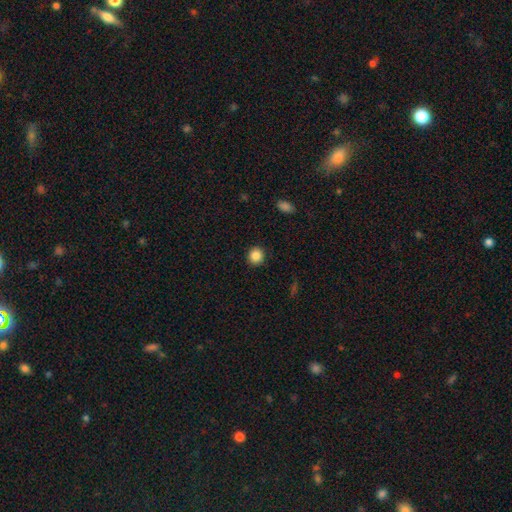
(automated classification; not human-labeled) smooth-or-featured: smooth: 86% | star or artifact: 10% | featured or disk: 4%
  how-rounded: round: 88% | in between: 11% | cigar-shaped: 1%
  merging: none: 91% | minor disturbance: 6% | major disturbance: 2% | merger: 1%